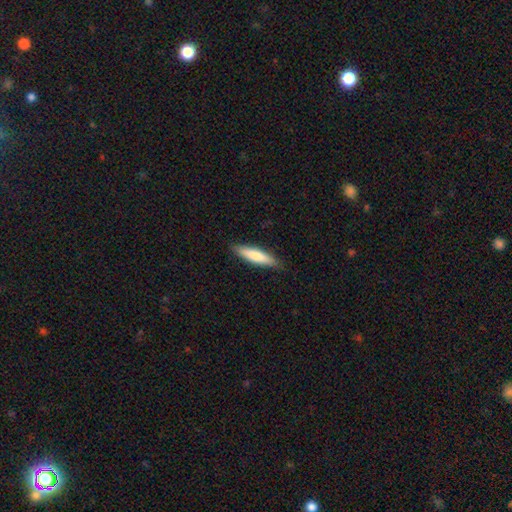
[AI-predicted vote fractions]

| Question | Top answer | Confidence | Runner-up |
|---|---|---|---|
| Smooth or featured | smooth | 78% | featured or disk (17%) |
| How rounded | cigar-shaped | 77% | in between (22%) |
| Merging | none | 88% | minor disturbance (9%) |